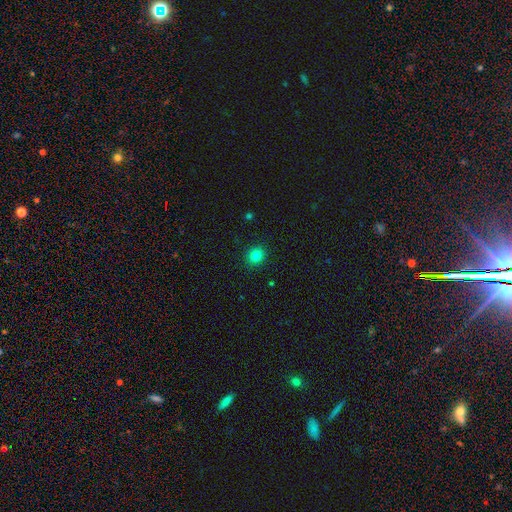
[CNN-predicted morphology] smooth_or_featured: smooth (p=0.83) [alt: star or artifact p=0.13]
how_rounded: round (p=0.83) [alt: in between p=0.16]
merging: none (p=0.91) [alt: minor disturbance p=0.06]